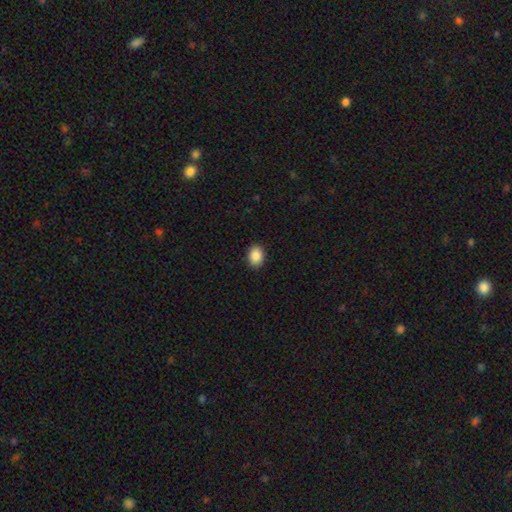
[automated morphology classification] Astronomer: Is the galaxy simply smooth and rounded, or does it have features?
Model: smooth — 88%.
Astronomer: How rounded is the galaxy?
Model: in between — 63%.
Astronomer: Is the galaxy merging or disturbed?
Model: none — 90%.